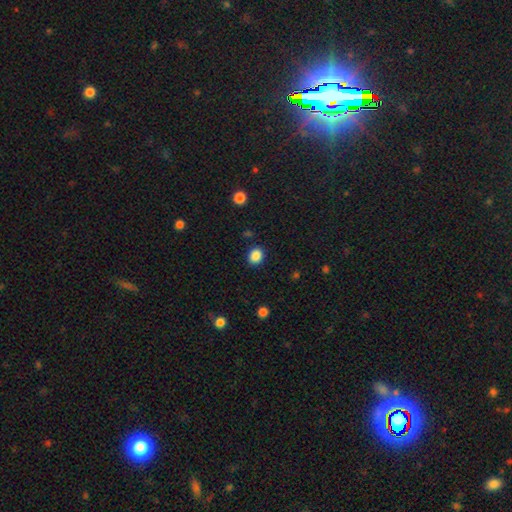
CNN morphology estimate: This appears to be a smooth galaxy with no disk features (87%) that is round (61%). Merging: none (89%).